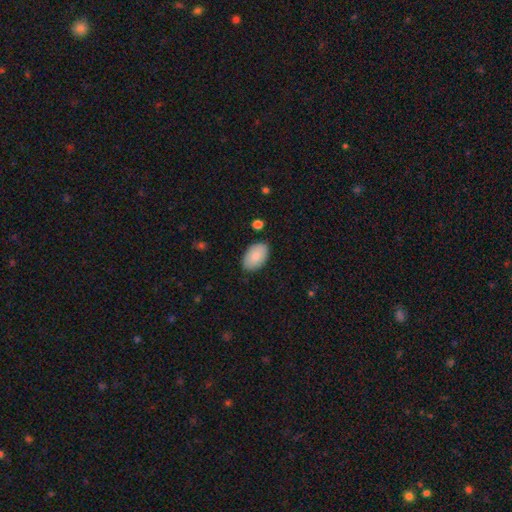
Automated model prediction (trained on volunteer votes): Smooth or featured: smooth — 86% (featured or disk — 9%)
How rounded: in between — 93% (round — 5%)
Merging: none — 85% (minor disturbance — 11%)